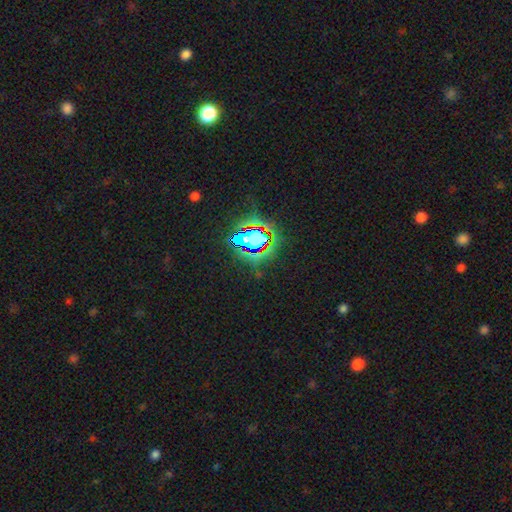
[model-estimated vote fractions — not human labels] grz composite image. It shows a star or artifact, not a galaxy (82%).